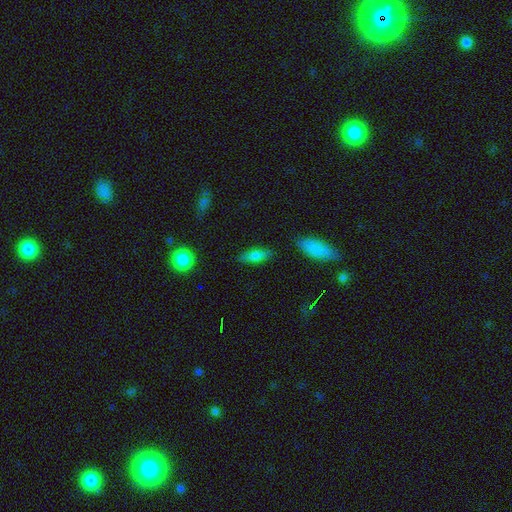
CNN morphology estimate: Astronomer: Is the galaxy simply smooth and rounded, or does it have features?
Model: smooth — 71%.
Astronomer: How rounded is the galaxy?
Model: in between — 62%.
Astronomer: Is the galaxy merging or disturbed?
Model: none — 83%.